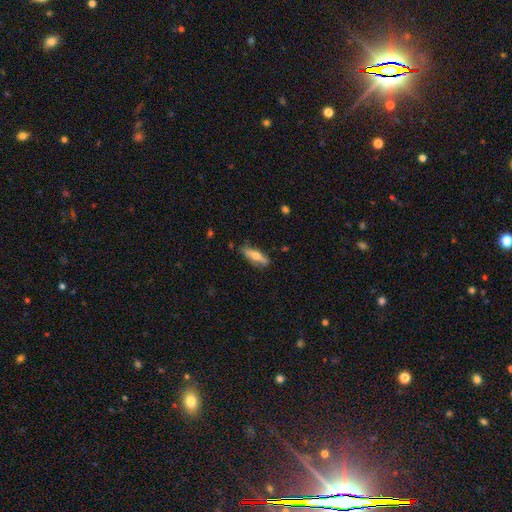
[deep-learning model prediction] The model was most divided on "smooth or featured": smooth: 55%, featured or disk: 39%, star or artifact: 6%. More confident: merging — none (80%); how rounded — cigar-shaped (58%).